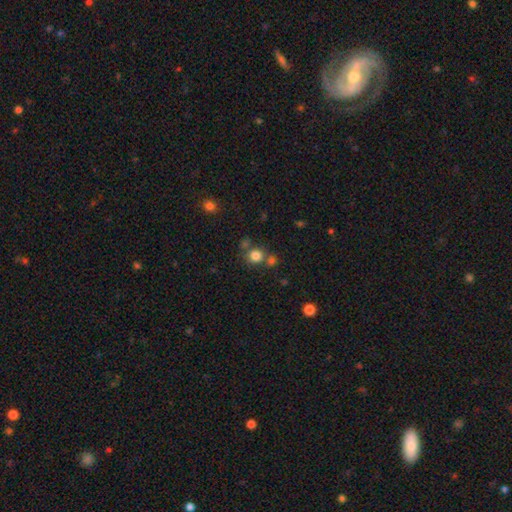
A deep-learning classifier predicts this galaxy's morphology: This is likely a smooth galaxy (80%). How rounded: clearly round (89%). Merging: likely none (65%).